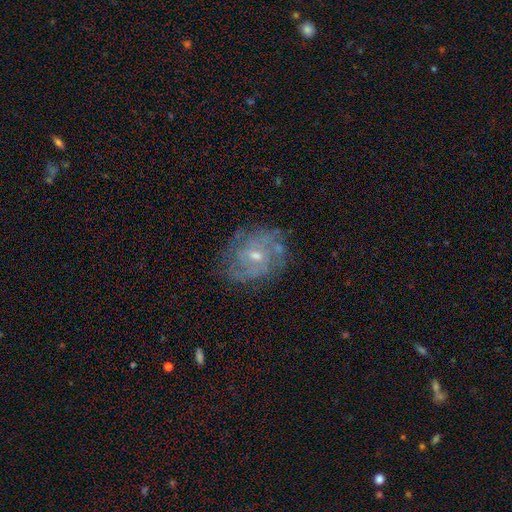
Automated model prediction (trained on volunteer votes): Smooth or featured? Predicted: featured or disk (p=0.76). Edge-on disk? Predicted: no (p=0.97). Bar? Predicted: no (p=0.54). Spiral arms? Predicted: yes (p=0.83). Spiral winding? Predicted: tight (p=0.50). Spiral arm count? Predicted: can't tell (p=0.44). Bulge size? Predicted: small (p=0.51). Merging? Predicted: none (p=0.71).